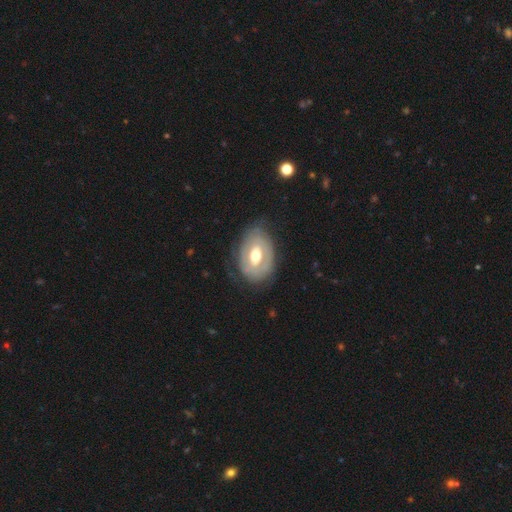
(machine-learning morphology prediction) This is likely a featured or disk galaxy (62%). It is clearly not viewed edge-on (93%). Bar: possibly no (47%). Spiral arm pattern: likely no (61%). Central bulge: likely moderate (73%). Merging: likely none (72%).